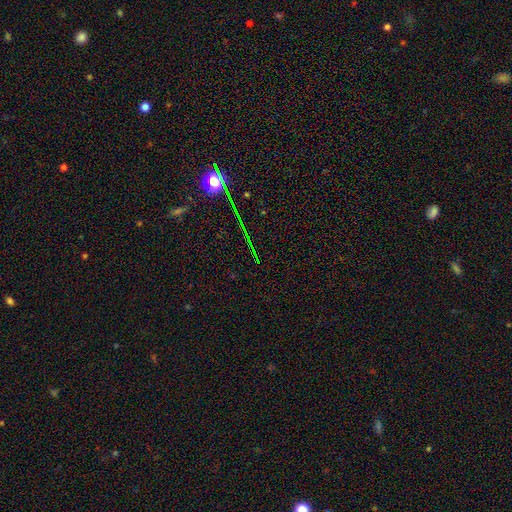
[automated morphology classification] Smooth or featured? Predicted: star or artifact (p=0.79).